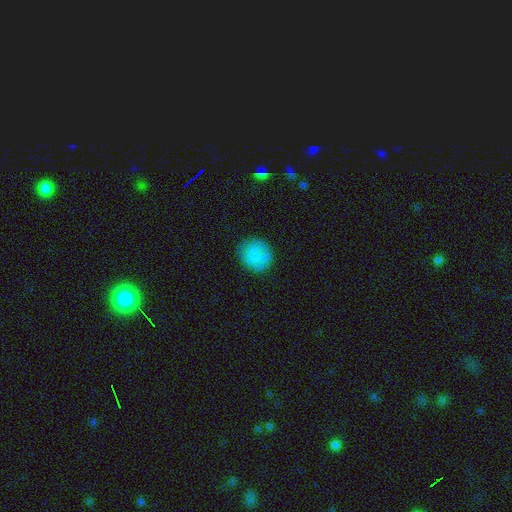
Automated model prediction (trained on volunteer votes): smooth 85%, star or artifact 9%, featured or disk 6%. Down the decision tree: how rounded — round (86%); merging — none (82%).